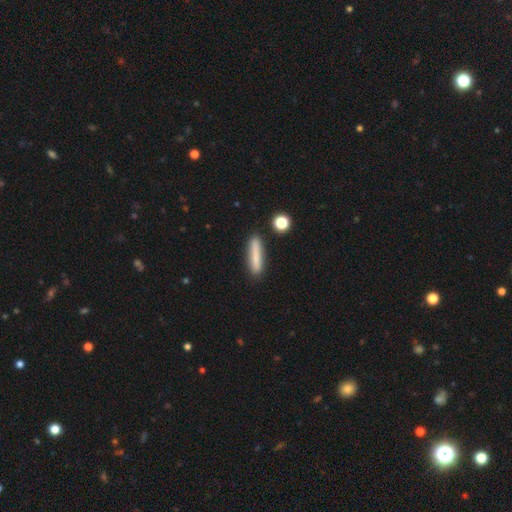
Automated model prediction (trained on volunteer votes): Overall: smooth (78%). How rounded: cigar-shaped (87%). Merging: none (85%).